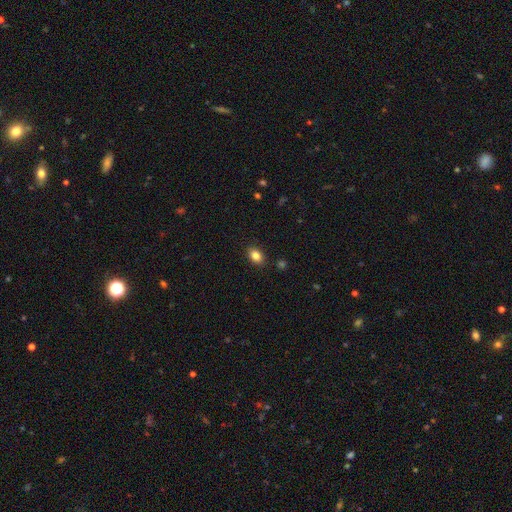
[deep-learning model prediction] A smooth galaxy with no disk features (84%) that is in between round and cigar-shaped (80%). Merging: none (87%).